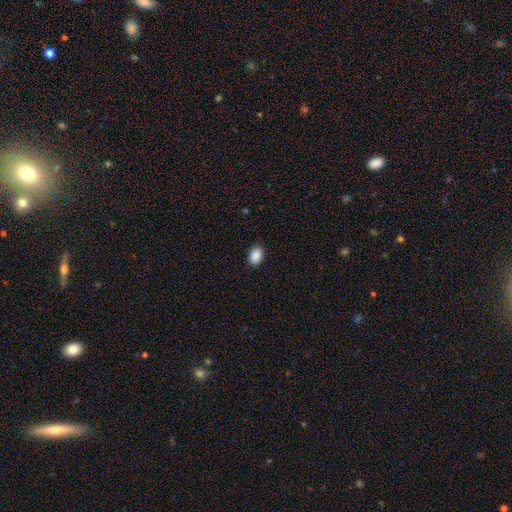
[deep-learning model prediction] Smooth or featured: smooth — 90% (star or artifact — 8%)
How rounded: in between — 85% (round — 14%)
Merging: none — 89% (minor disturbance — 8%)